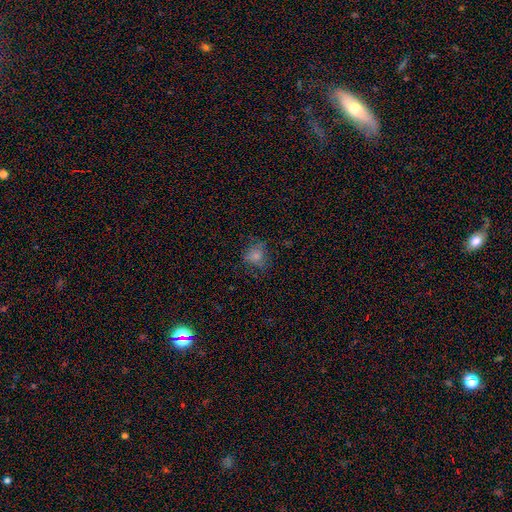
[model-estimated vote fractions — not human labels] Q: Smooth or featured?
A: smooth (71%); runner-up: star or artifact (15%)
Q: How rounded?
A: round (70%); runner-up: in between (29%)
Q: Merging?
A: none (59%); runner-up: minor disturbance (24%)